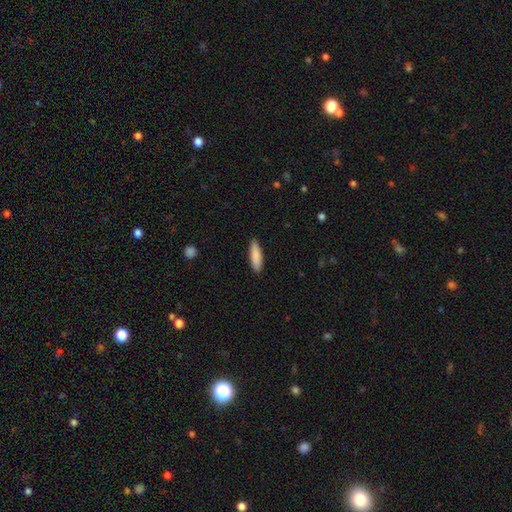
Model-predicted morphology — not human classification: smooth-or-featured: smooth: 88% | featured or disk: 6% | star or artifact: 5%
  how-rounded: cigar-shaped: 61% | in between: 38% | round: 1%
  merging: none: 89% | minor disturbance: 8% | major disturbance: 2% | merger: 1%